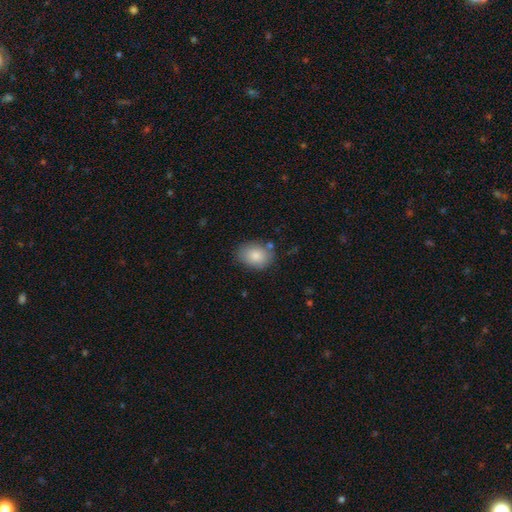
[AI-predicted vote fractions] smooth 84%, featured or disk 8%, star or artifact 7%. Down the decision tree: how rounded — in between (70%); merging — none (78%).